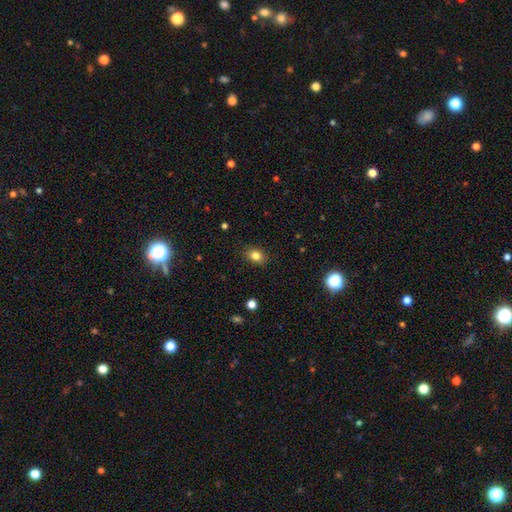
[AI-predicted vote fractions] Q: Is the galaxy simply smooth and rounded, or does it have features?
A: smooth — 83%.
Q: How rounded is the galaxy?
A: in between — 67%.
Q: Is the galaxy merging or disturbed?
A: none — 87%.